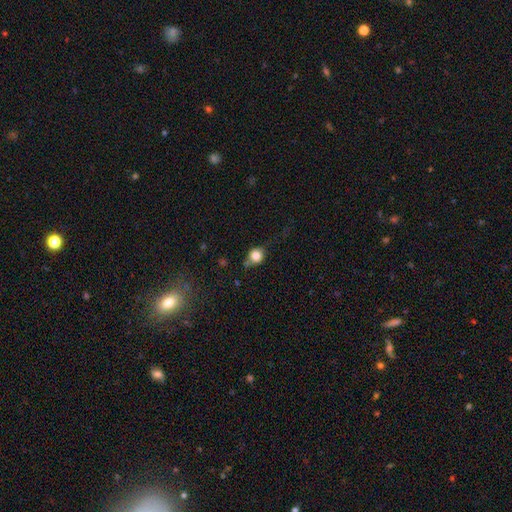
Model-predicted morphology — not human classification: smooth-or-featured: smooth: 77% | featured or disk: 12% | star or artifact: 11%
  how-rounded: round: 82% | in between: 17% | cigar-shaped: 1%
  merging: none: 60% | minor disturbance: 24% | major disturbance: 9% | merger: 7%